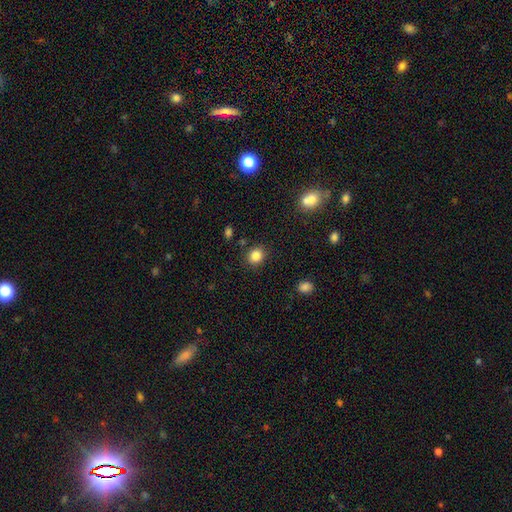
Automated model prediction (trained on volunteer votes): smooth-or-featured: smooth: 85% | star or artifact: 11% | featured or disk: 5%
  how-rounded: round: 72% | in between: 28% | cigar-shaped: 1%
  merging: none: 86% | minor disturbance: 8% | major disturbance: 3% | merger: 2%